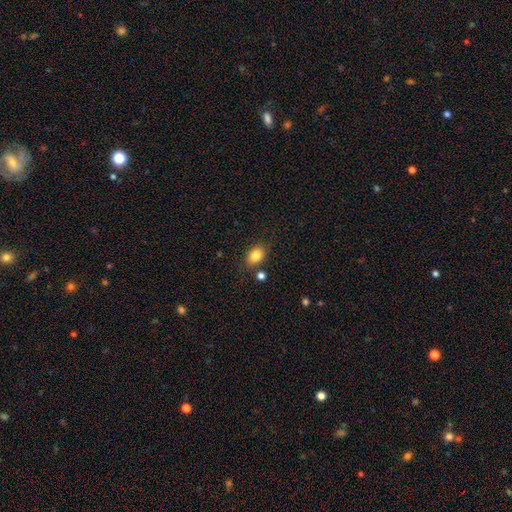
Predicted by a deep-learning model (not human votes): This appears to be a smooth galaxy with no disk features (84%) that is in between round and cigar-shaped (72%). Merging: none (79%).